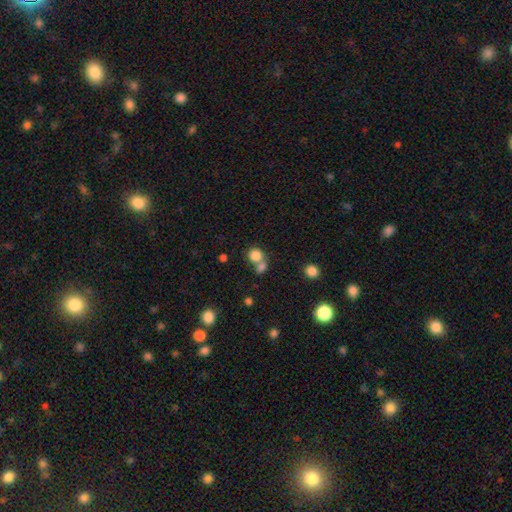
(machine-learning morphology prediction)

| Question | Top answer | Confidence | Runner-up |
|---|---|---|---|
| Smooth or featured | smooth | 81% | star or artifact (11%) |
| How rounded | round | 76% | in between (23%) |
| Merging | merger | 48% | none (40%) |